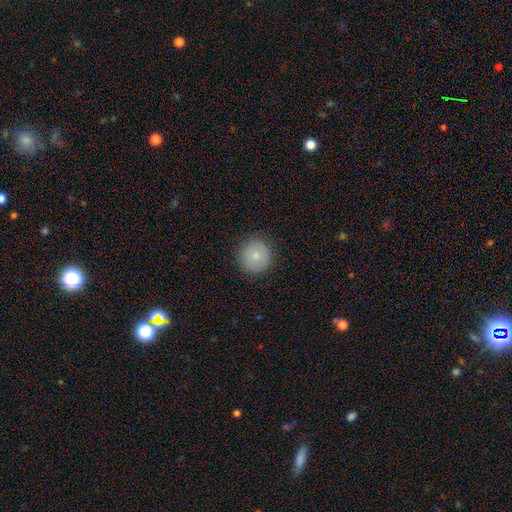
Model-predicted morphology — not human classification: smooth-or-featured: smooth: 81% | featured or disk: 11% | star or artifact: 8%
  how-rounded: round: 94% | in between: 5% | cigar-shaped: 1%
  merging: none: 88% | minor disturbance: 9% | major disturbance: 2% | merger: 1%